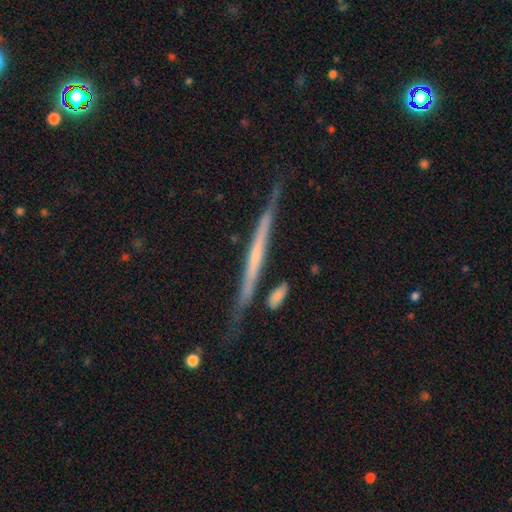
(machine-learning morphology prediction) The model was most divided on "smooth or featured": featured or disk: 68%, smooth: 27%, star or artifact: 6%. More confident: edge-on disk — yes (96%); edge-on bulge — none (78%); merging — none (76%).